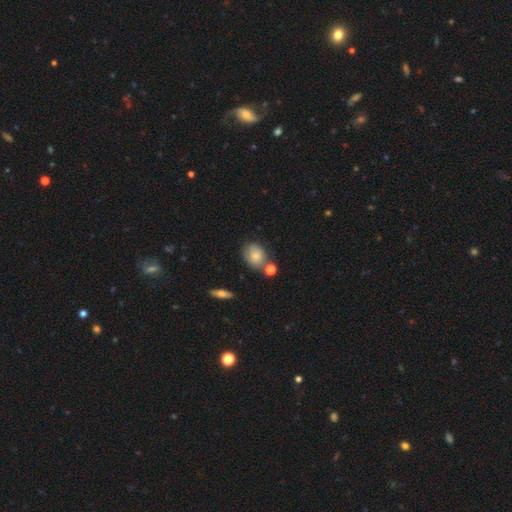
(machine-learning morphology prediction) A smooth galaxy with no disk features (78%) that is in between round and cigar-shaped (52%).

Vote fractions:
- Smooth or featured? smooth: 78% / featured or disk: 13% / star or artifact: 9%
- How rounded? in between: 52% / round: 46% / cigar-shaped: 2%
- Merging? none: 60% / minor disturbance: 20% / merger: 14% / major disturbance: 6%